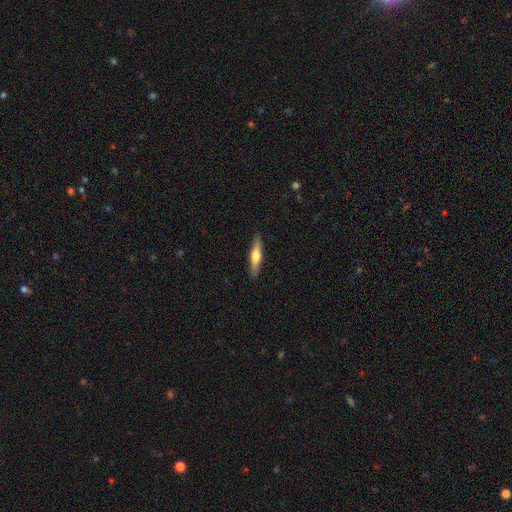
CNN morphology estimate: Overall: smooth (52%; featured or disk 43%). How rounded: cigar-shaped (84%). Merging: none (90%).